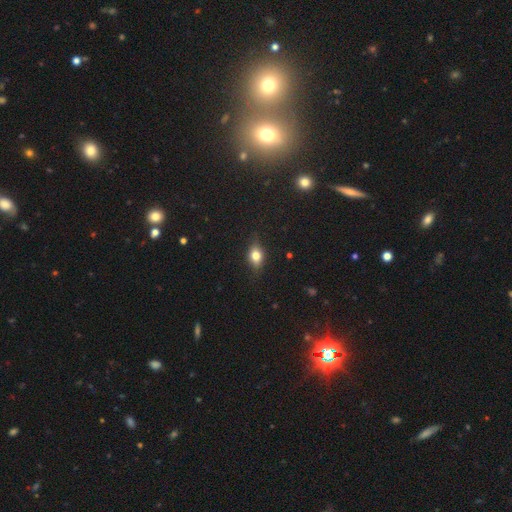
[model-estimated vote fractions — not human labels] smooth_or_featured: smooth (p=0.72) [alt: featured or disk p=0.18]
how_rounded: in between (p=0.69) [alt: round p=0.26]
merging: none (p=0.81) [alt: minor disturbance p=0.15]